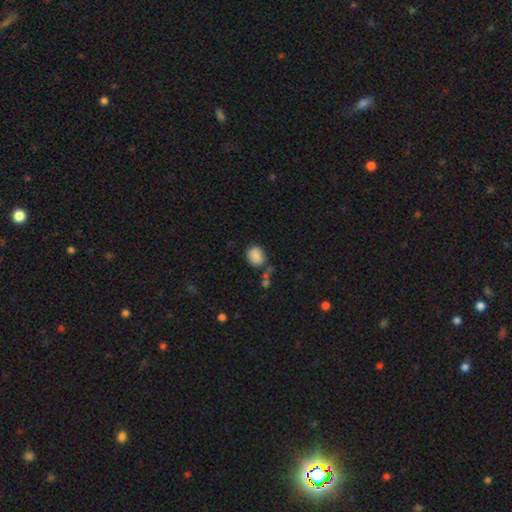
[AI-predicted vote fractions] The model was most divided on "how rounded": round: 54%, in between: 45%, cigar-shaped: 1%. More confident: smooth or featured — smooth (86%); merging — none (71%).